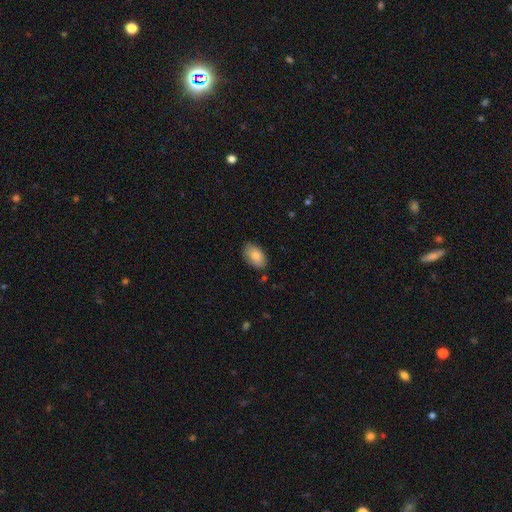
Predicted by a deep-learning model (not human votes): Smooth or featured: smooth — 84% (featured or disk — 10%)
How rounded: in between — 93% (round — 5%)
Merging: none — 83% (minor disturbance — 13%)